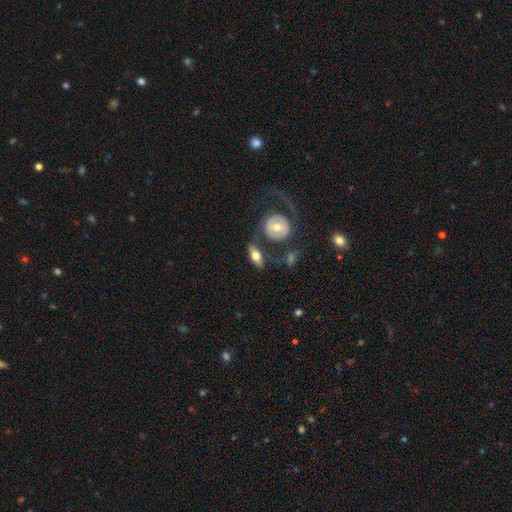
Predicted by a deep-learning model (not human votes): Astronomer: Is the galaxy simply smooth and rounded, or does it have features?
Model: smooth — 59% (runner-up: featured or disk, 35%).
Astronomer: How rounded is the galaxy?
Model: in between — 72%.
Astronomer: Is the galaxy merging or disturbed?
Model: none — 61%.